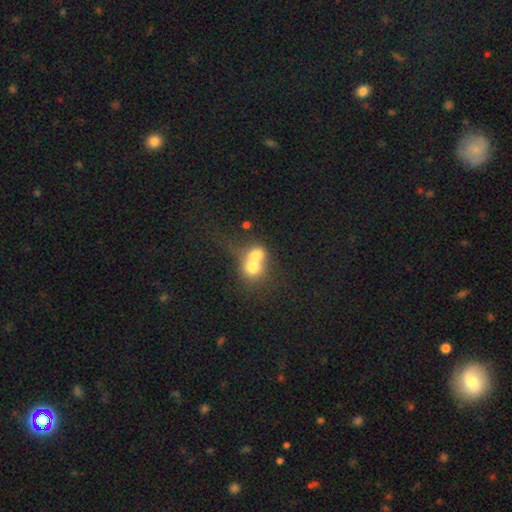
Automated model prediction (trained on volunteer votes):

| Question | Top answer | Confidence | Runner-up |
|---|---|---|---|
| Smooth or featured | smooth | 67% | featured or disk (23%) |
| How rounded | round | 67% | in between (32%) |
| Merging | merger | 75% | none (16%) |